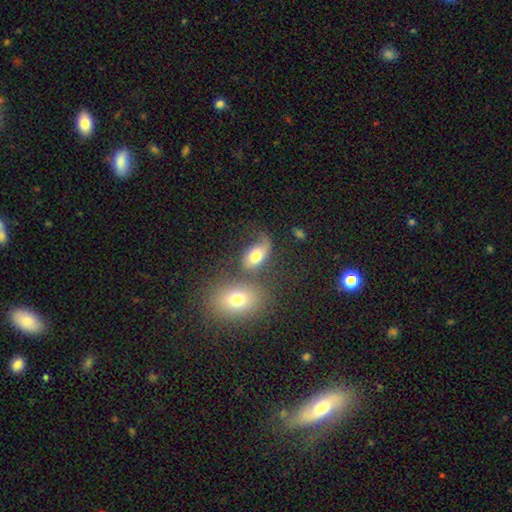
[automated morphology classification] smooth 67%, featured or disk 23%, star or artifact 11%. Down the decision tree: how rounded — in between (84%); merging — none (39%).